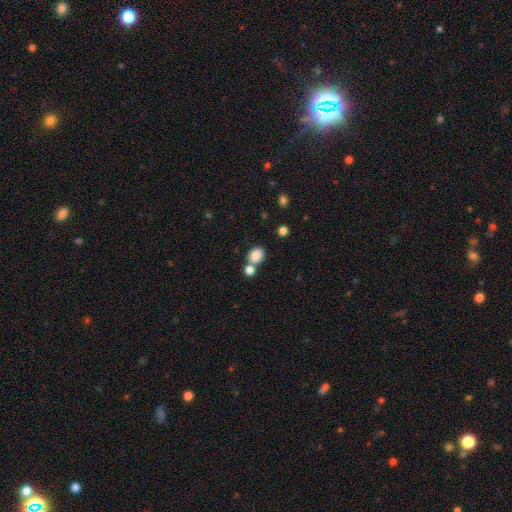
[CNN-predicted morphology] Q: Smooth or featured?
A: smooth (84%); runner-up: star or artifact (9%)
Q: How rounded?
A: round (52%); runner-up: in between (47%)
Q: Merging?
A: none (54%); runner-up: merger (32%)